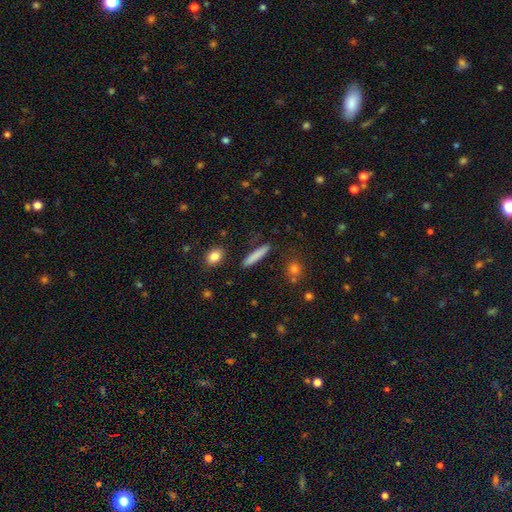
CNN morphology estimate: This is clearly a smooth galaxy (80%). How rounded: clearly cigar-shaped (90%). Merging: clearly none (89%).